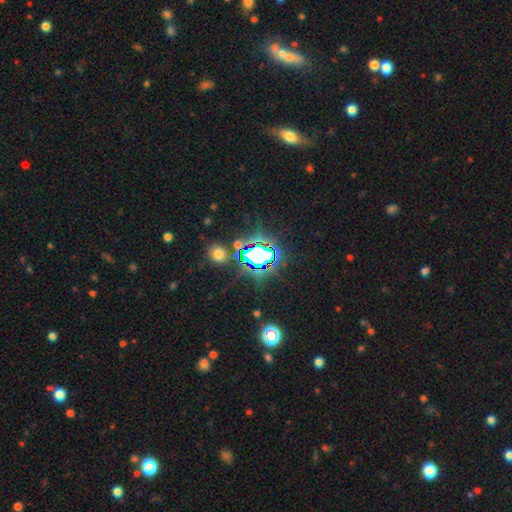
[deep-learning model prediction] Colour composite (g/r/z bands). It shows a star or artifact, not a galaxy (71%).